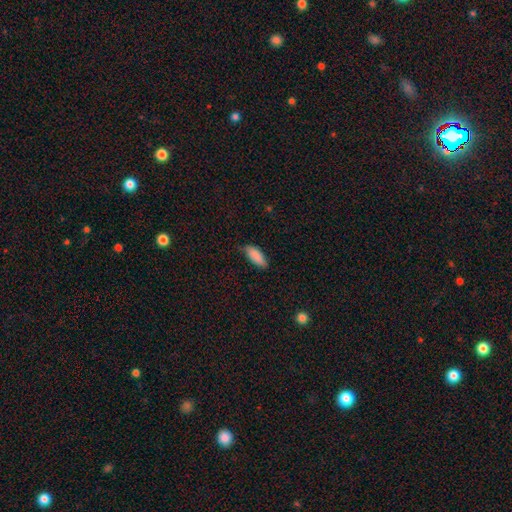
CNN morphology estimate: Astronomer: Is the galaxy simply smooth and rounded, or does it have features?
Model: smooth — 89%.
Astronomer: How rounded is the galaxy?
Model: in between — 81%.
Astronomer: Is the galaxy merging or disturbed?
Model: none — 72%.